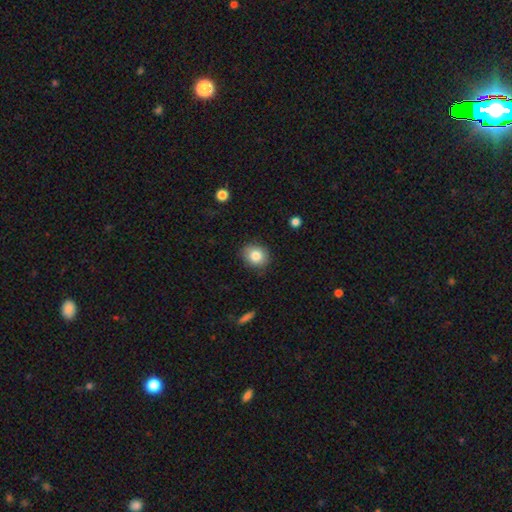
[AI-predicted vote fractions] This is clearly a smooth galaxy (83%). How rounded: likely round (65%). Merging: clearly none (86%).